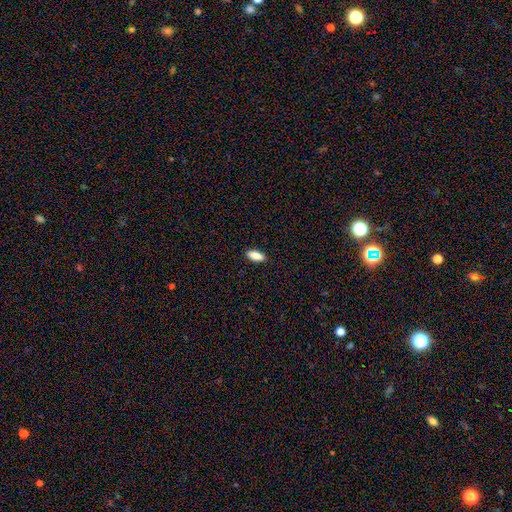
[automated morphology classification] This appears to be a smooth galaxy with no disk features (87%) that is in between round and cigar-shaped (77%). Merging: none (90%).